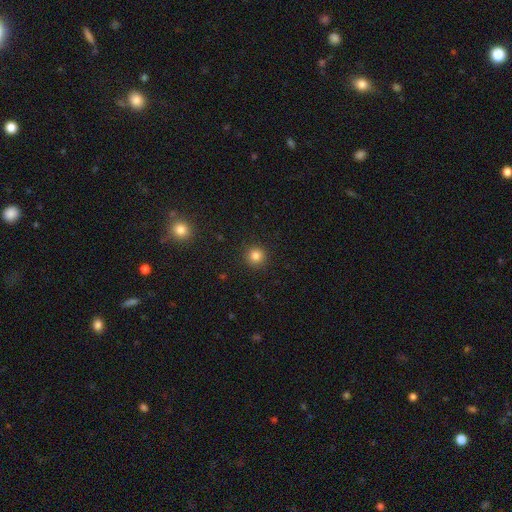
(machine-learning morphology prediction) Overall: smooth (82%). How rounded: round (95%). Merging: none (92%).